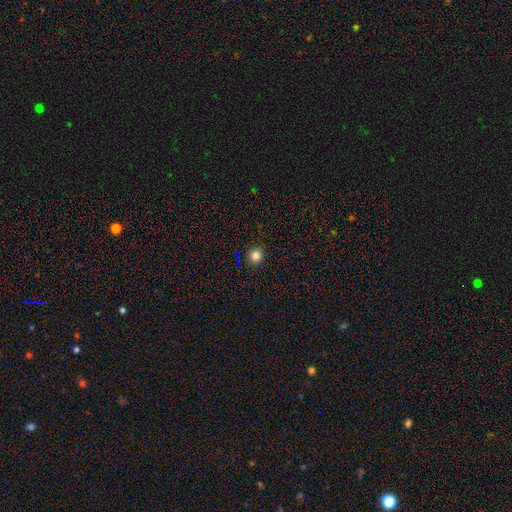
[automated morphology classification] smooth 80%, star or artifact 14%, featured or disk 6%. Down the decision tree: how rounded — round (90%); merging — none (91%).